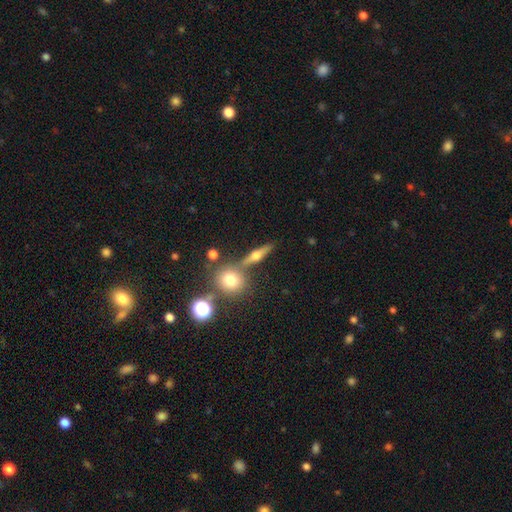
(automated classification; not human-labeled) Smooth or featured: featured or disk — 59% (smooth — 28%)
Edge-on disk: yes — 91% (no — 9%)
Edge-on bulge: rounded — 94% (boxy — 3%)
Merging: none — 75% (merger — 11%)